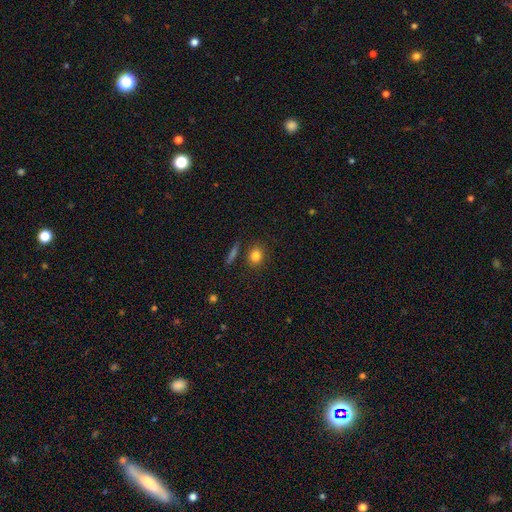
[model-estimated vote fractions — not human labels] This is clearly a smooth galaxy (83%). How rounded: likely round (69%). Merging: clearly none (83%).